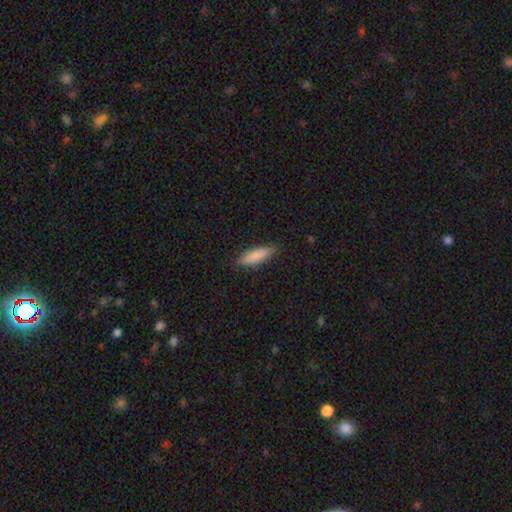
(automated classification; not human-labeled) Smooth or featured? Predicted: smooth (p=0.84). How rounded? Predicted: cigar-shaped (p=0.61). Merging? Predicted: none (p=0.86).